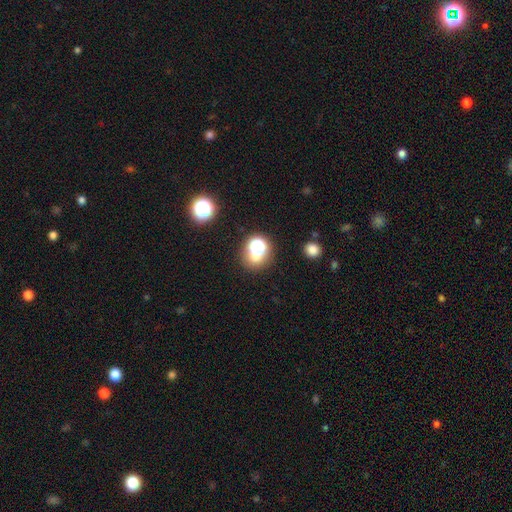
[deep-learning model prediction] Morphology: type=smooth (53%); roundness=round (71%); merging=none (58%).